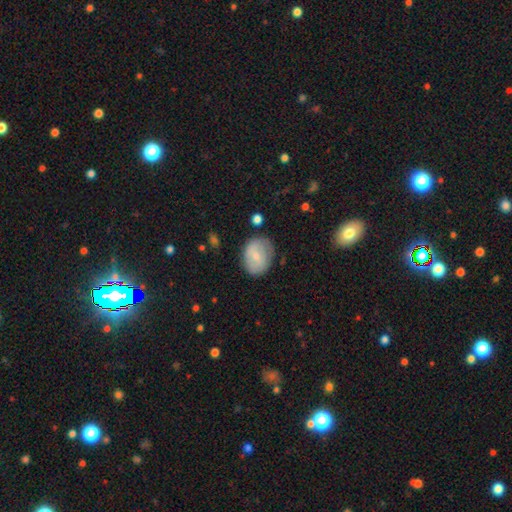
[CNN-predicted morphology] Smooth or featured? smooth (64%)
How rounded? in between (52%)
Merging? none (69%)